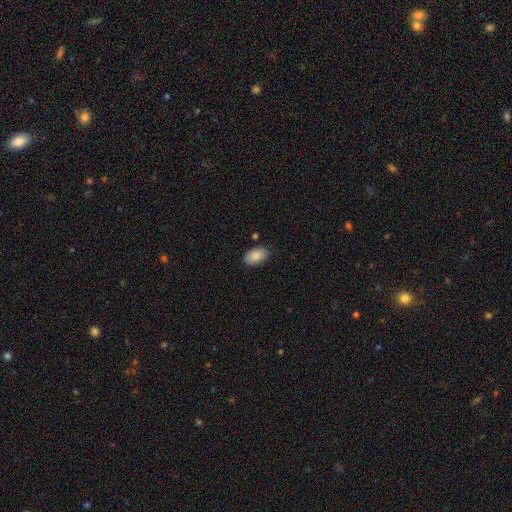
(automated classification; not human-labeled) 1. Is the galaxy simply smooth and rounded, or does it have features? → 87% smooth, 7% star or artifact, 6% featured or disk.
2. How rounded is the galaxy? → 94% in between, 5% round, 2% cigar-shaped.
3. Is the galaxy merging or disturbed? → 84% none, 12% minor disturbance, 2% major disturbance, 2% merger.